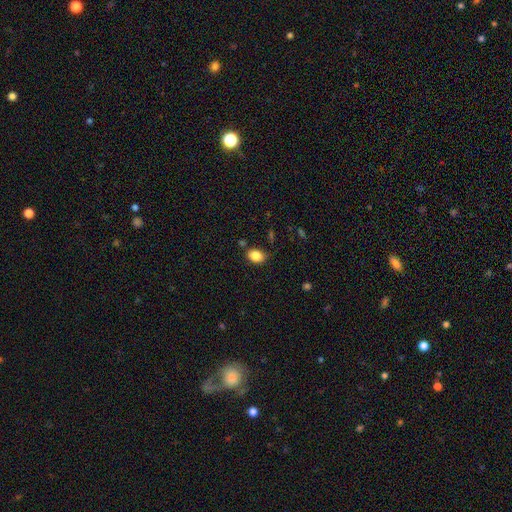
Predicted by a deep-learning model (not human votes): Smooth or featured? smooth (84%)
How rounded? in between (69%)
Merging? none (75%)